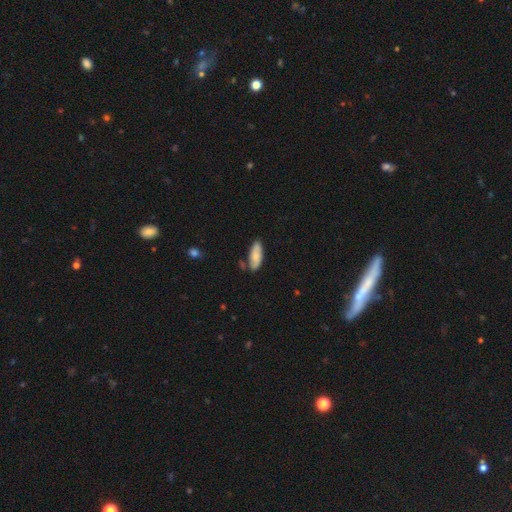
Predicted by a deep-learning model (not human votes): Smooth or featured? smooth (75%)
How rounded? in between (77%)
Merging? none (72%)